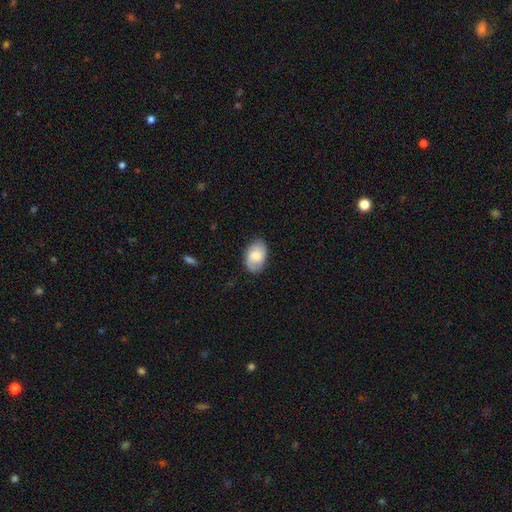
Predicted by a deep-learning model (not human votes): smooth-or-featured: smooth: 64% | featured or disk: 29% | star or artifact: 7%
  how-rounded: in between: 87% | round: 11% | cigar-shaped: 1%
  merging: none: 80% | minor disturbance: 15% | major disturbance: 3% | merger: 1%